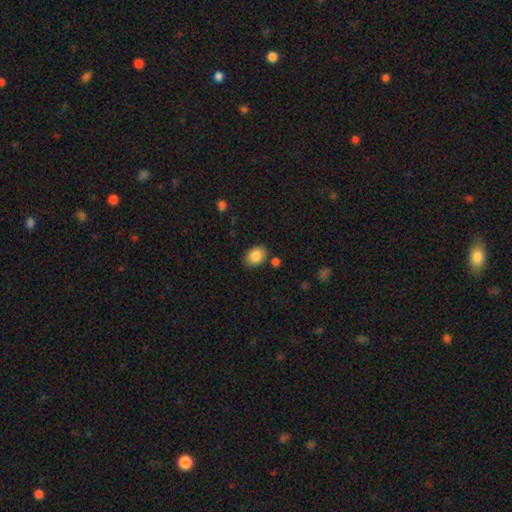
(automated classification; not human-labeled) This is clearly a smooth galaxy (87%). How rounded: likely in between (67%). Merging: clearly none (83%).